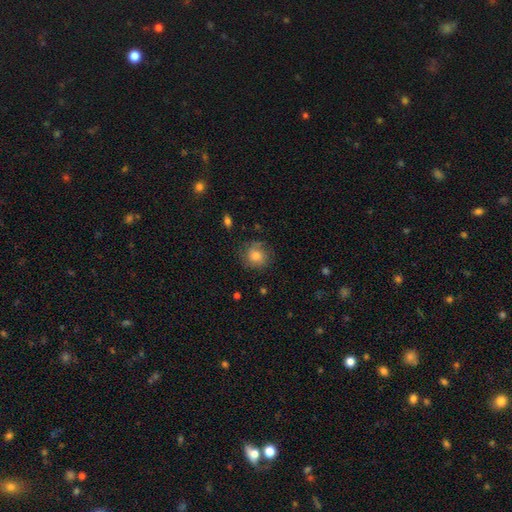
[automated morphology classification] Smooth or featured: smooth — 71% (featured or disk — 20%)
How rounded: round — 86% (in between — 14%)
Merging: none — 75% (minor disturbance — 18%)